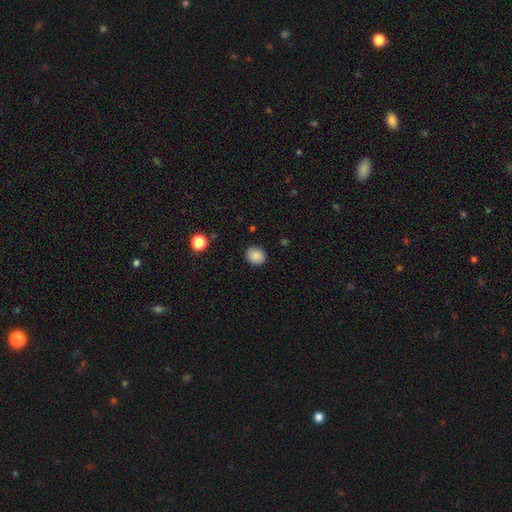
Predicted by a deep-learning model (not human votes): Smooth or featured?
  - smooth: 87% *
  - star or artifact: 9%
  - featured or disk: 4%
How rounded?
  - round: 80% *
  - in between: 20%
  - cigar-shaped: 1%
Merging?
  - none: 89% *
  - minor disturbance: 8%
  - major disturbance: 2%
  - merger: 1%